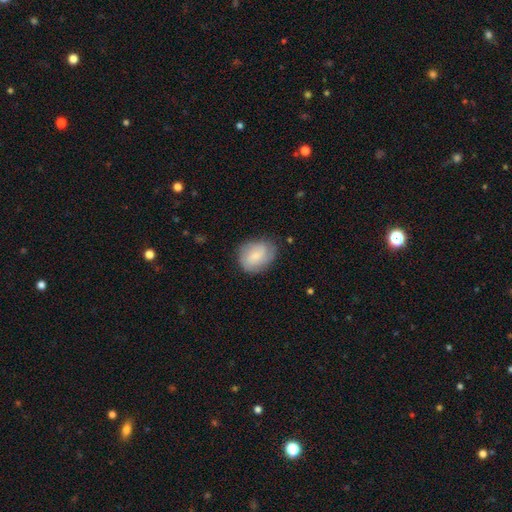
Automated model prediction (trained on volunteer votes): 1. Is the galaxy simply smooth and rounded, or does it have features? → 59% smooth, 34% featured or disk, 7% star or artifact.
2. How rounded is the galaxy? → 53% in between, 46% round, 1% cigar-shaped.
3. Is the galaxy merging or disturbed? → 73% none, 20% minor disturbance, 6% major disturbance, 1% merger.